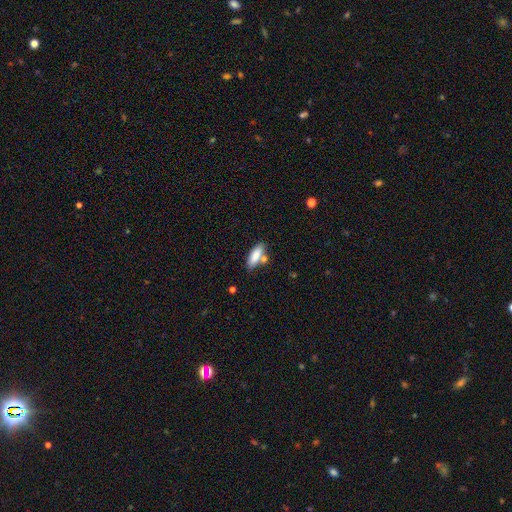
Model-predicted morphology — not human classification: Smooth or featured? smooth (81%)
How rounded? in between (62%)
Merging? none (65%)